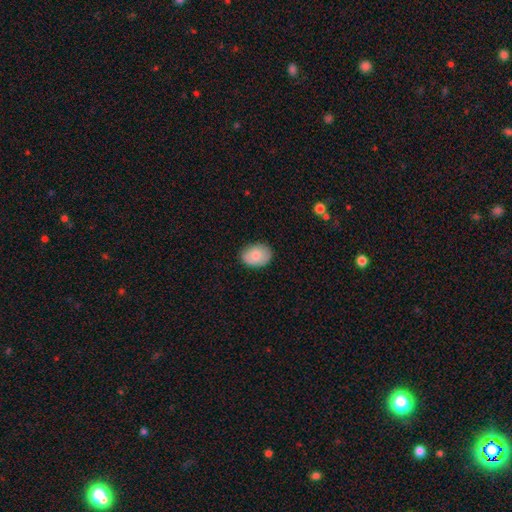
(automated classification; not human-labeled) Smooth or featured: smooth — 82% (featured or disk — 11%)
How rounded: in between — 71% (round — 28%)
Merging: none — 83% (minor disturbance — 14%)